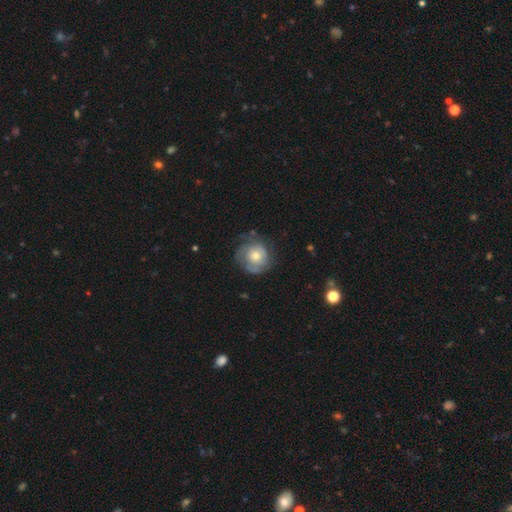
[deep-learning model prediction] A featured or disk galaxy (53%) with no bar (85%), spiral arms (66%) and a moderate central bulge (63%). Merging: none (63%).